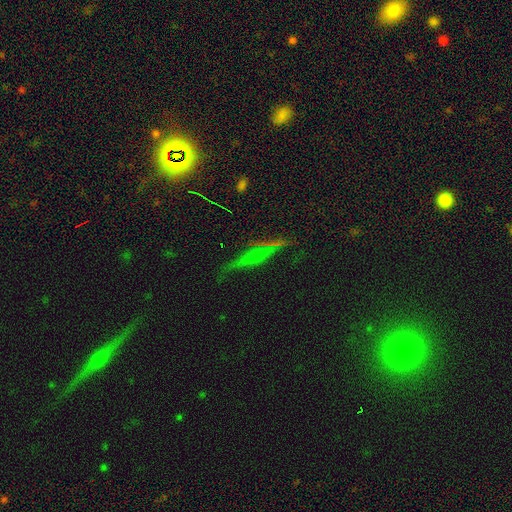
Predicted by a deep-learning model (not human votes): Smooth or featured? Predicted: featured or disk (p=0.46). Merging? Predicted: none (p=0.73).